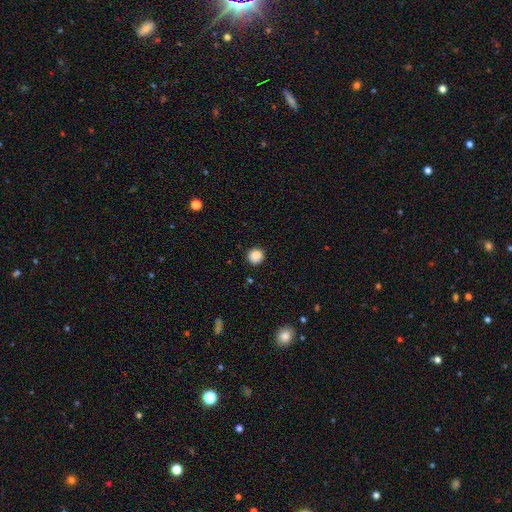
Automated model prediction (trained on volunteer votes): Morphology: type=smooth (87%); roundness=round (90%); merging=none (88%).